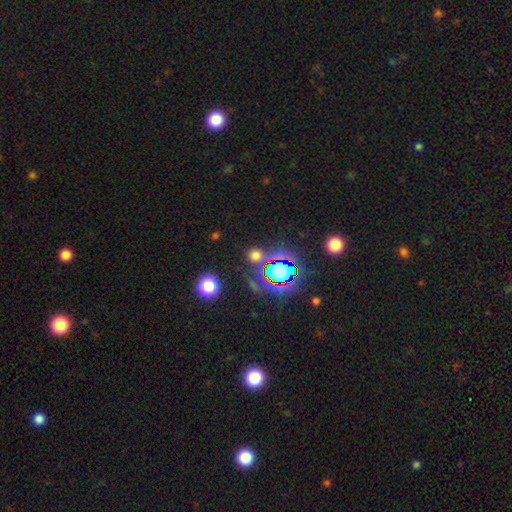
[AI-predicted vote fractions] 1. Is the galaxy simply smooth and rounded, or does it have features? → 53% smooth, 39% star or artifact, 8% featured or disk.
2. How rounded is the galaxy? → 87% round, 12% in between, 2% cigar-shaped.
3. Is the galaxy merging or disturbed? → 78% none, 10% minor disturbance, 8% merger, 5% major disturbance.